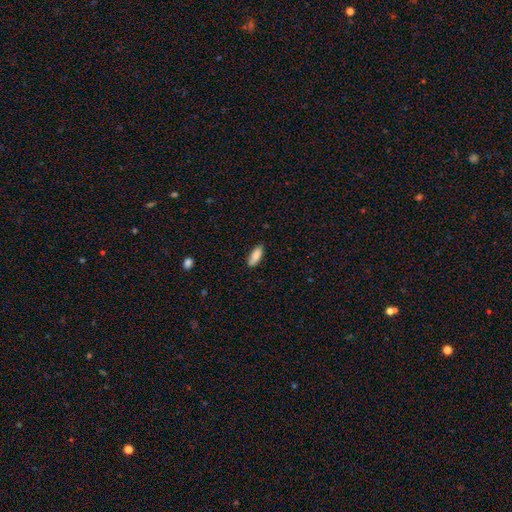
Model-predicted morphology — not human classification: type=smooth (86%); roundness=in between (73%); merging=none (81%).